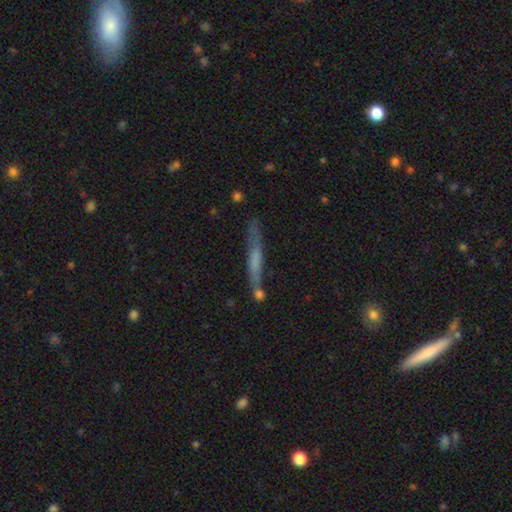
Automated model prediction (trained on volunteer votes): Overall: featured or disk (50%; smooth 40%). Edge-on disk: yes (90%). Merging: none (72%).